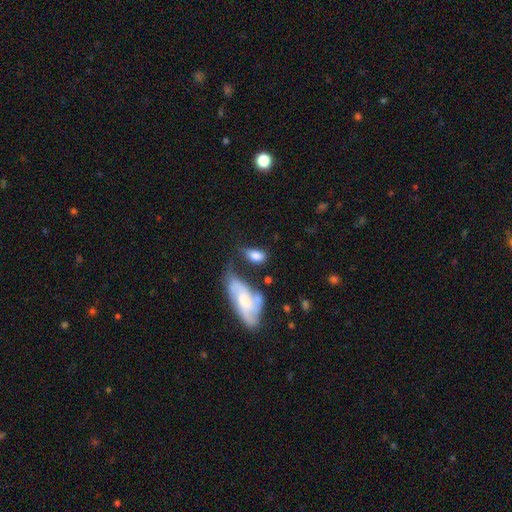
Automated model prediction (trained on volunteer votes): The model was most divided on "merging": none: 42%, minor disturbance: 23%, merger: 21%, major disturbance: 15%. More confident: how rounded — in between (88%); smooth or featured — smooth (78%).